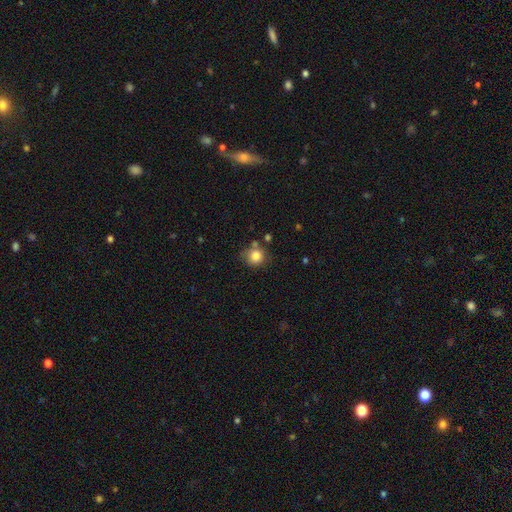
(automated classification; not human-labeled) Morphology: type=smooth (83%); roundness=round (85%); merging=none (69%).